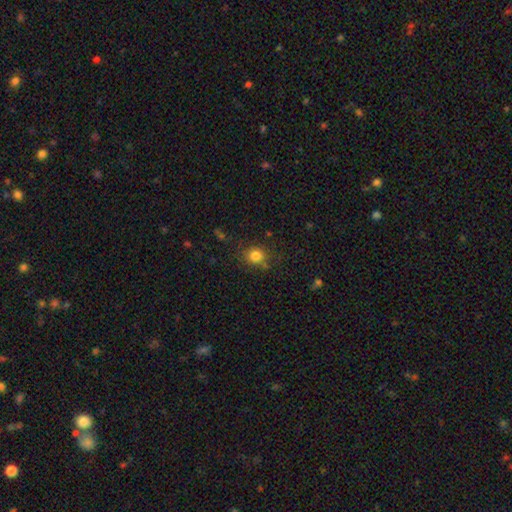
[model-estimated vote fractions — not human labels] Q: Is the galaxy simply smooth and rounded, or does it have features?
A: smooth — 82%.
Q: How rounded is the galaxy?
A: round — 78%.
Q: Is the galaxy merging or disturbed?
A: none — 79%.